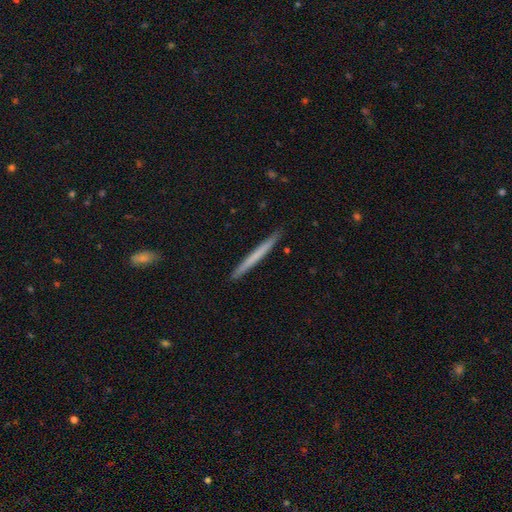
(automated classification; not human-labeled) Morphology: type=smooth (59%); roundness=cigar-shaped (97%); merging=none (92%).